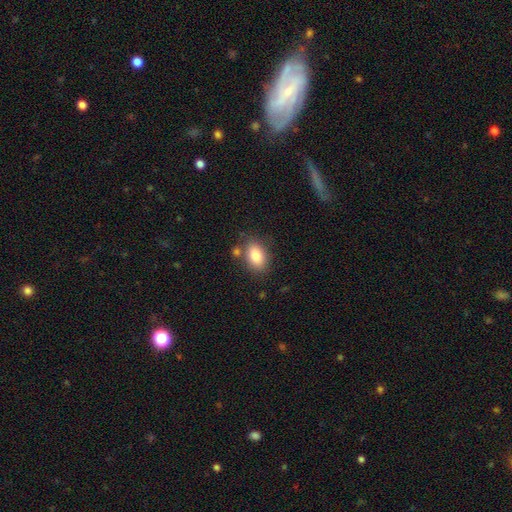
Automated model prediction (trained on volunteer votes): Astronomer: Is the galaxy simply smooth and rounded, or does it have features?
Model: smooth — 82%.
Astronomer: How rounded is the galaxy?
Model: in between — 86%.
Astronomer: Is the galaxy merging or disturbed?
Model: none — 74%.